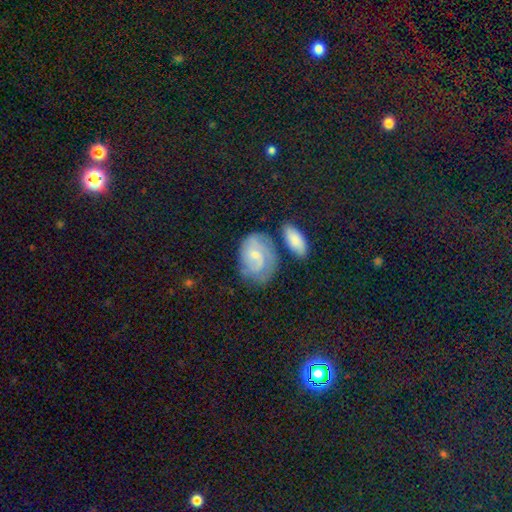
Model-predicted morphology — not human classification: Smooth or featured?
  - featured or disk: 63% *
  - smooth: 30%
  - star or artifact: 7%
Edge-on disk?
  - no: 97% *
  - yes: 3%
Bar?
  - no: 54% *
  - weak: 40%
  - strong: 6%
Spiral arms?
  - yes: 87% *
  - no: 13%
Spiral winding?
  - tight: 49% *
  - medium: 37%
  - loose: 14%
Spiral arm count?
  - 2: 39% *
  - can't tell: 33%
  - 1: 12%
  - 3: 11%
  - 4: 3%
  - more than 4: 3%
Bulge size?
  - small: 64% *
  - moderate: 29%
  - none: 4%
  - large: 2%
  - dominant: 1%
Merging?
  - none: 52% *
  - minor disturbance: 24%
  - major disturbance: 12%
  - merger: 12%